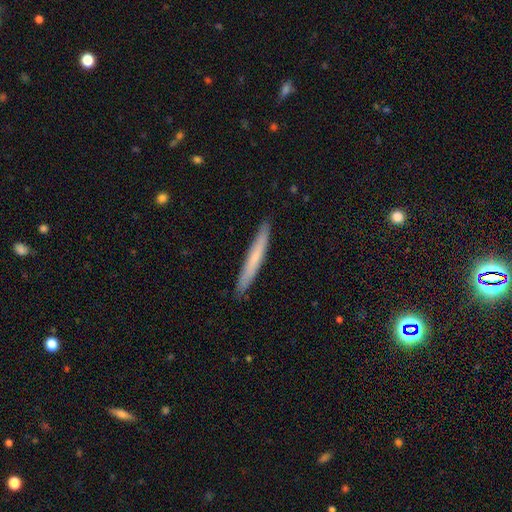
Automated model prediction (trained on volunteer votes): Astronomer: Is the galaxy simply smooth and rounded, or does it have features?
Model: smooth — 63%.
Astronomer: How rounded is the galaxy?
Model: cigar-shaped — 97%.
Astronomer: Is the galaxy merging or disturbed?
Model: none — 91%.